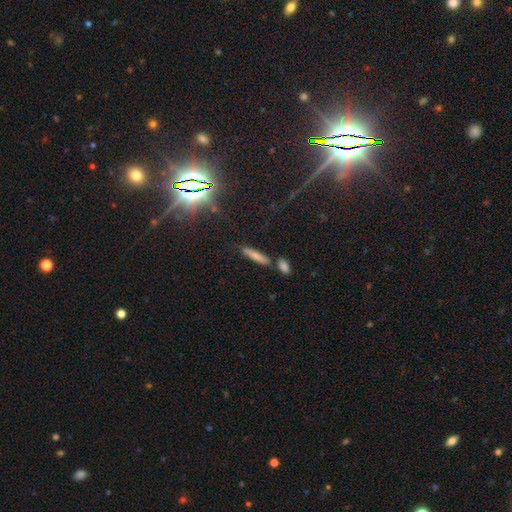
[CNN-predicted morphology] Overall: star or artifact (55%; featured or disk 23%).